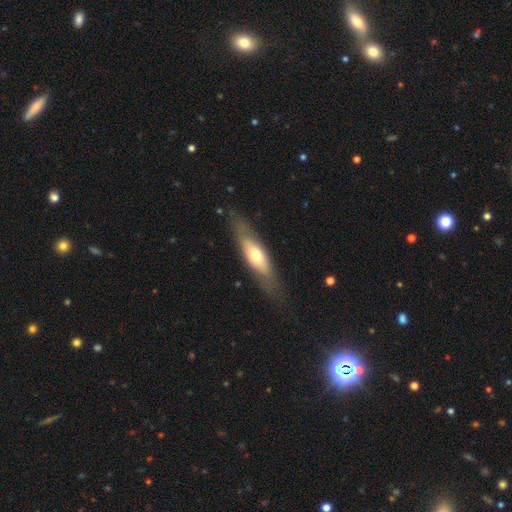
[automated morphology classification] Smooth or featured? Predicted: smooth (p=0.52). How rounded? Predicted: cigar-shaped (p=0.51). Merging? Predicted: none (p=0.76).